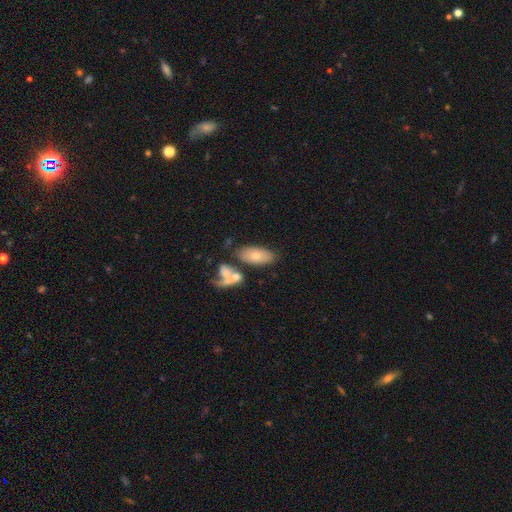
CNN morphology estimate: smooth_or_featured: smooth (p=0.66) [alt: featured or disk p=0.27]
how_rounded: in between (p=0.89) [alt: cigar-shaped p=0.07]
merging: none (p=0.59) [alt: merger p=0.21]